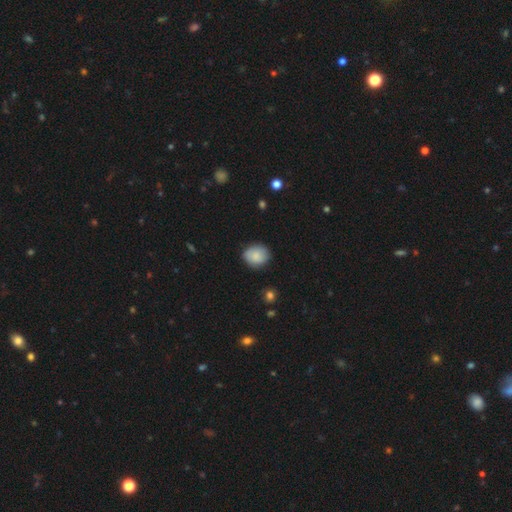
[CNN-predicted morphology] Smooth or featured? Predicted: smooth (p=0.86). How rounded? Predicted: round (p=0.66). Merging? Predicted: none (p=0.83).